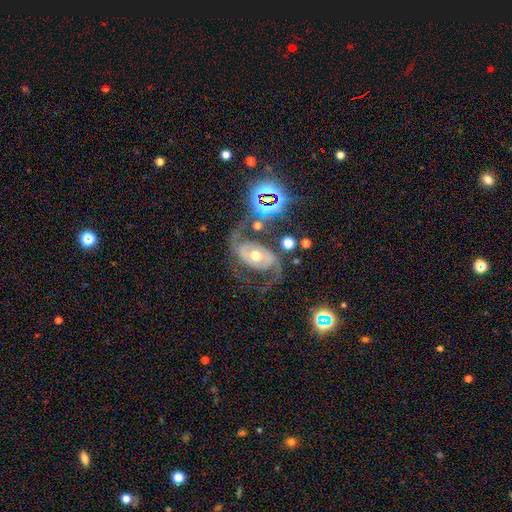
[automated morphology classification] featured or disk 83%, star or artifact 10%, smooth 7%. Down the decision tree: edge-on disk — no (97%); bar — no (60%); spiral arms — yes (93%); spiral arm count — 2 (89%); spiral winding — medium (47%); bulge size — moderate (76%); merging — none (59%).